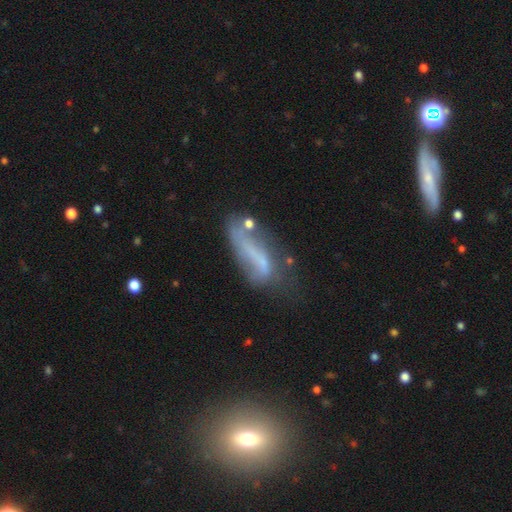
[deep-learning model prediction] smooth_or_featured: smooth (p=0.47) [alt: featured or disk p=0.41]
merging: none (p=0.38) [alt: minor disturbance p=0.28]